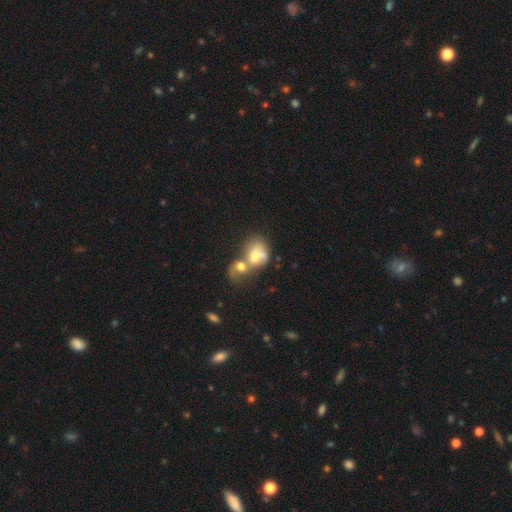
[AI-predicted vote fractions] Smooth or featured? Predicted: smooth (p=0.61). How rounded? Predicted: in between (p=0.61). Merging? Predicted: merger (p=0.74).